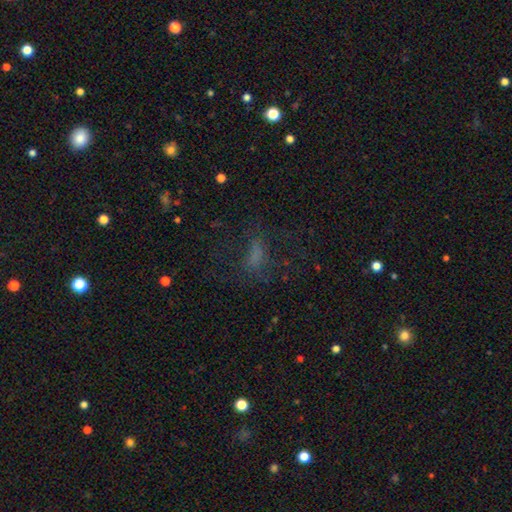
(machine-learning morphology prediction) This appears to be a smooth galaxy with no disk features (48%). Merging: none (53%).